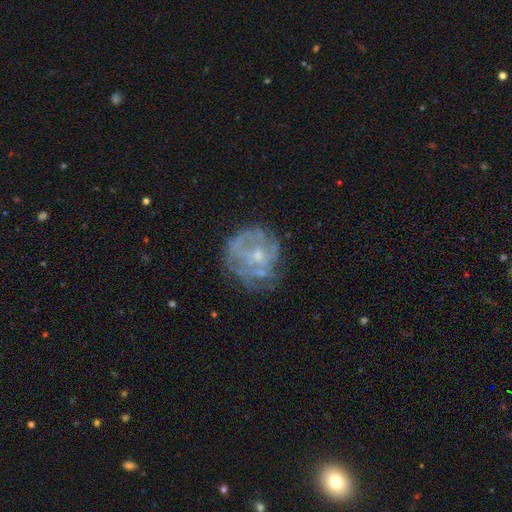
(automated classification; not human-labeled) featured or disk 69%, smooth 21%, star or artifact 10%. Down the decision tree: edge-on disk — no (98%); bar — no (78%); spiral arms — no (56%); bulge size — small (58%); merging — none (55%).